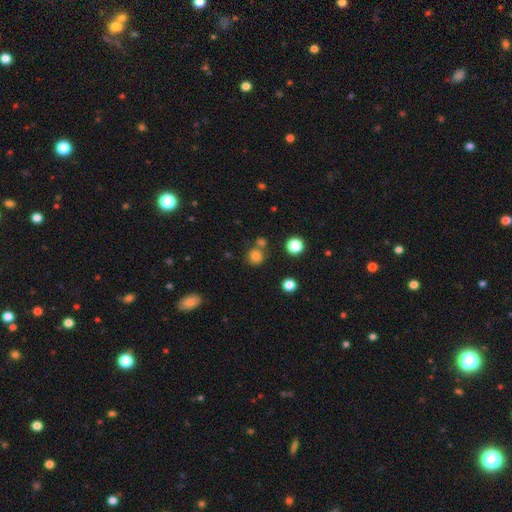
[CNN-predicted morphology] A smooth galaxy with no disk features (78%) that is round (90%). Merging: none (69%).